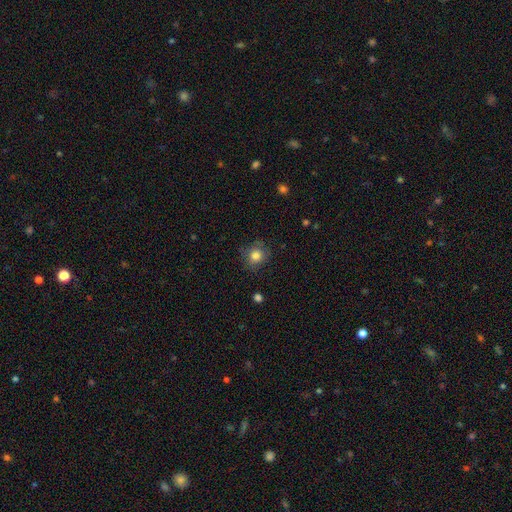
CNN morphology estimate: A smooth galaxy with no disk features (80%) that is round (85%).

Vote fractions:
- Smooth or featured? smooth: 80% / star or artifact: 11% / featured or disk: 9%
- How rounded? round: 85% / in between: 14% / cigar-shaped: 1%
- Merging? none: 78% / minor disturbance: 16% / major disturbance: 4% / merger: 1%